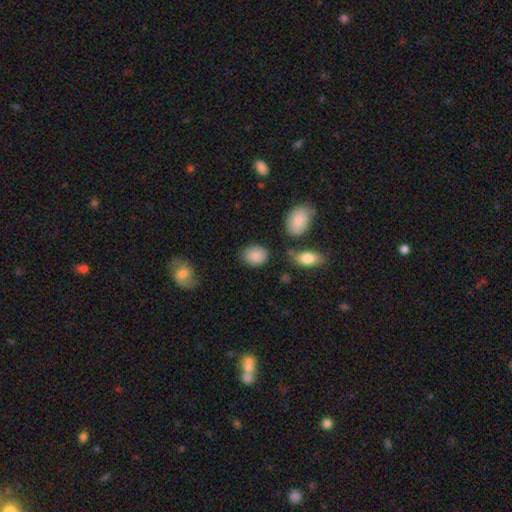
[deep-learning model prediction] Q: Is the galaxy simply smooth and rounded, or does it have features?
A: smooth — 87%.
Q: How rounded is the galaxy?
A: in between — 57%.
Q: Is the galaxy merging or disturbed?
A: none — 78%.